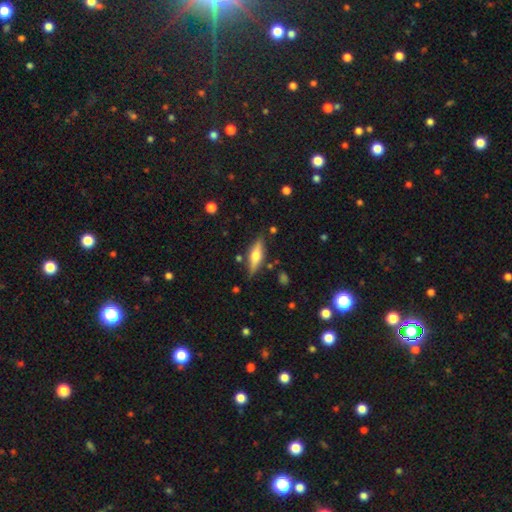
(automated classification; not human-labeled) Morphology: type=featured or disk (53%); edge-on=yes (92%); merging=none (82%).